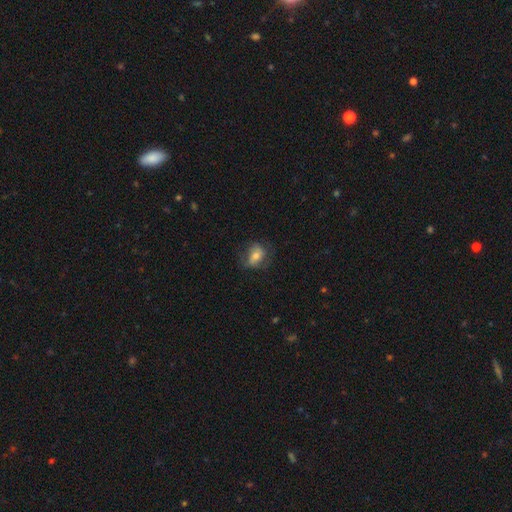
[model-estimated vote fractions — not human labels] Morphology: type=smooth (59%); roundness=in between (69%); merging=none (62%).